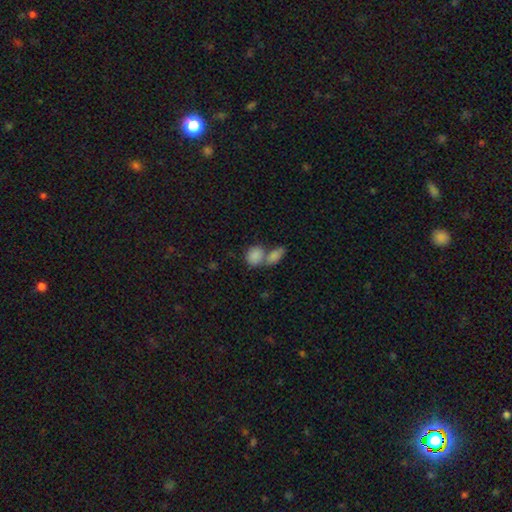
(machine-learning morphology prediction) Smooth or featured? Predicted: smooth (p=0.85). How rounded? Predicted: in between (p=0.59). Merging? Predicted: merger (p=0.61).